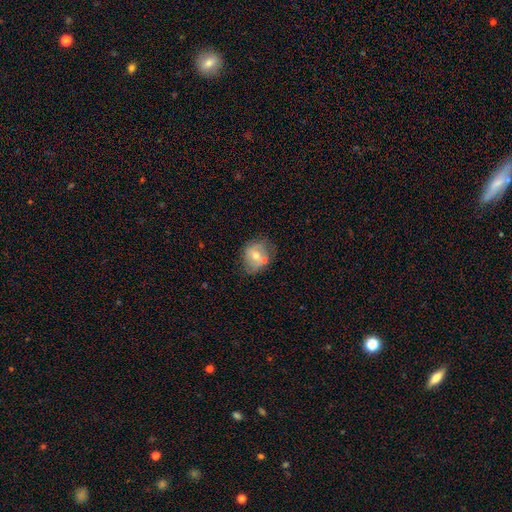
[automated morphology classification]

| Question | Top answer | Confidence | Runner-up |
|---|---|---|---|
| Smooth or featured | smooth | 51% | featured or disk (40%) |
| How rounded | round | 61% | in between (38%) |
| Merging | none | 55% | minor disturbance (22%) |